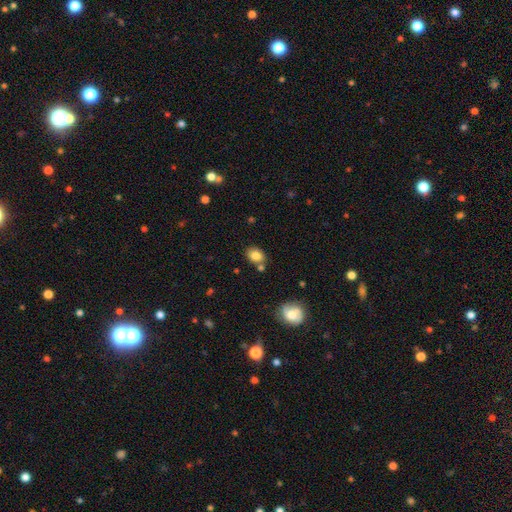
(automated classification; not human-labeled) The model was most divided on "how rounded": in between: 58%, round: 40%, cigar-shaped: 1%. More confident: smooth or featured — smooth (83%); merging — none (69%).